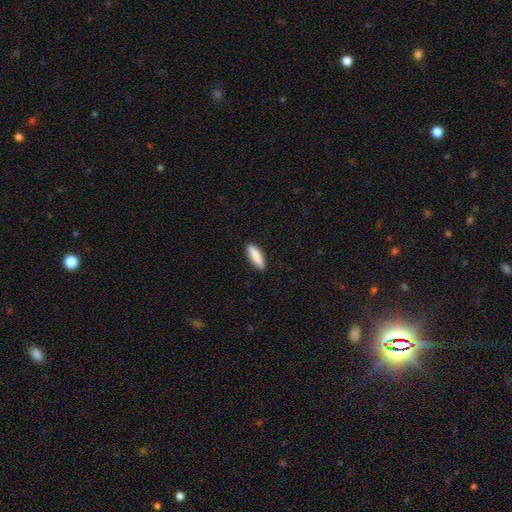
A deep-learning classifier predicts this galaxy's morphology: smooth-or-featured: smooth: 87% | featured or disk: 7% | star or artifact: 6%
  how-rounded: cigar-shaped: 55% | in between: 43% | round: 2%
  merging: none: 90% | minor disturbance: 8% | major disturbance: 2% | merger: 1%